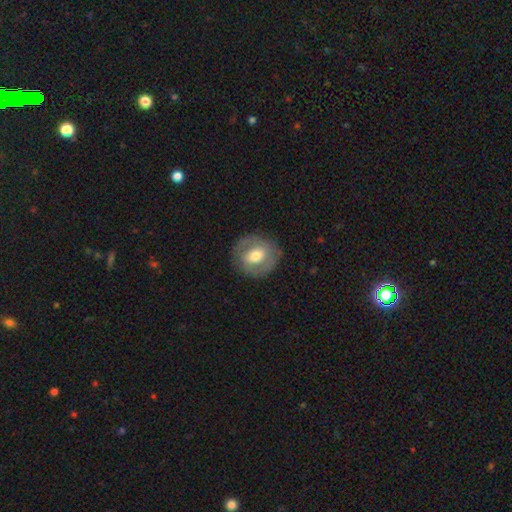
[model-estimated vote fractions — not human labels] Smooth or featured? featured or disk (49%)
Merging? none (83%)